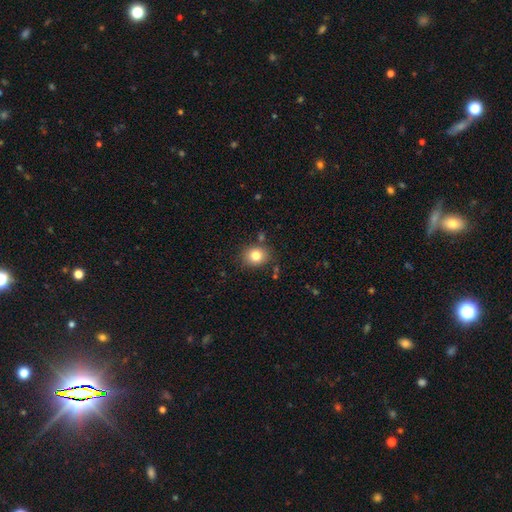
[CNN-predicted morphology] The model was most divided on "how rounded": round: 68%, in between: 31%, cigar-shaped: 1%. More confident: merging — none (82%); smooth or featured — smooth (81%).